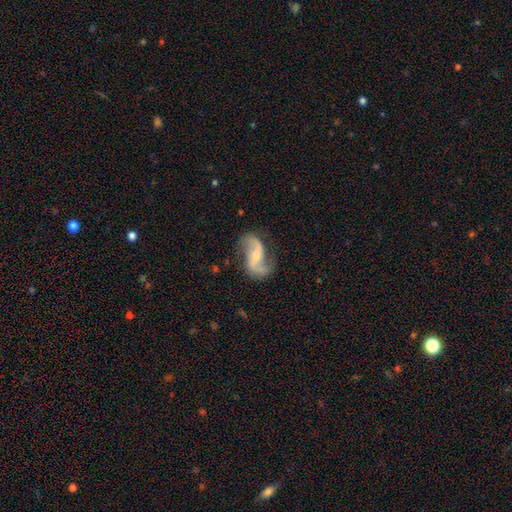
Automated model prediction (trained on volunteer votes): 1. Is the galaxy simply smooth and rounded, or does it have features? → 89% featured or disk, 6% smooth, 5% star or artifact.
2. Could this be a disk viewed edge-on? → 98% no, 2% yes.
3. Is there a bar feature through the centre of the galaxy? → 41% weak, 40% no, 20% strong.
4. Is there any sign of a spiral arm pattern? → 97% yes, 3% no.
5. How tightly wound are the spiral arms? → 69% loose, 25% medium, 6% tight.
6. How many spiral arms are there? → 93% 2, 2% can't tell, 2% 1, 1% 3, 1% 4, 1% more than 4.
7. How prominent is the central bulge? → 54% small, 38% moderate, 4% none, 2% large, 1% dominant.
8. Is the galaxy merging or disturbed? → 76% none, 16% minor disturbance, 7% major disturbance, 2% merger.